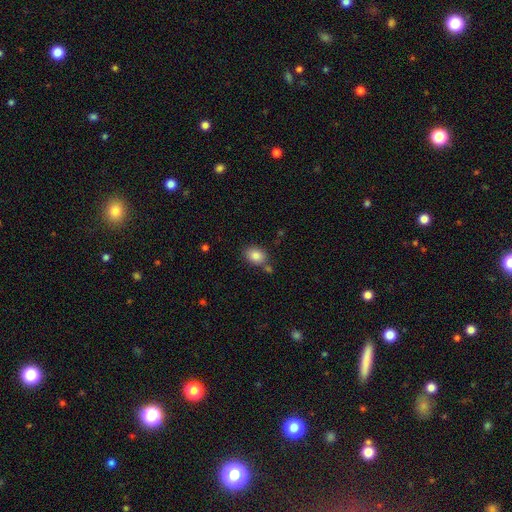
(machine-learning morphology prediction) The model was most divided on "how rounded": in between: 69%, round: 30%, cigar-shaped: 1%. More confident: smooth or featured — smooth (86%); merging — none (71%).